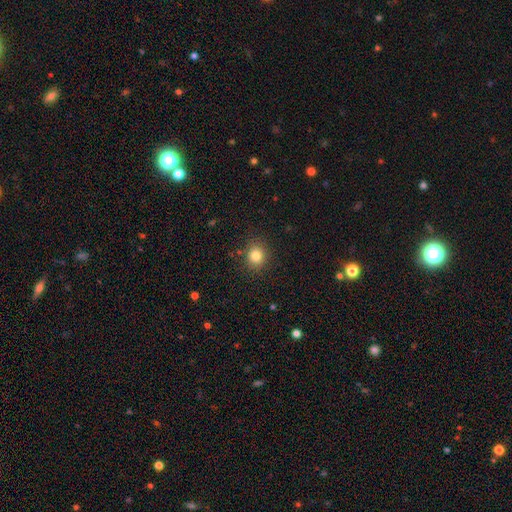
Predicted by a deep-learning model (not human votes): The model was most divided on "how rounded": round: 79%, in between: 20%, cigar-shaped: 1%. More confident: merging — none (86%); smooth or featured — smooth (83%).